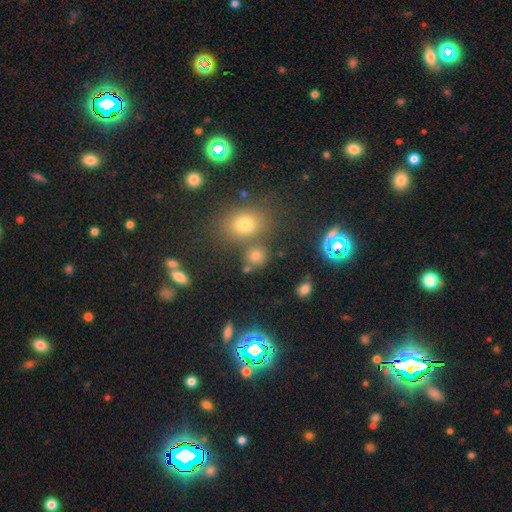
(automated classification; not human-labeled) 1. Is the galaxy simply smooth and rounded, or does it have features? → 72% smooth, 20% star or artifact, 8% featured or disk.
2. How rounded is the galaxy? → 76% round, 22% in between, 2% cigar-shaped.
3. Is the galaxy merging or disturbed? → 67% none, 19% merger, 9% minor disturbance, 4% major disturbance.